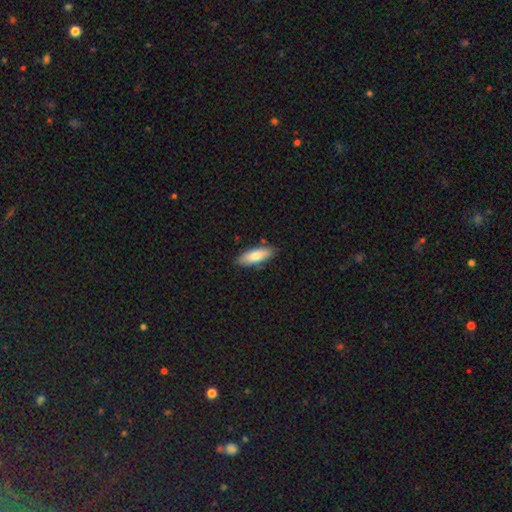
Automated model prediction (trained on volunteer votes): A smooth galaxy with no disk features (76%) that is in between round and cigar-shaped (66%).

Vote fractions:
- Smooth or featured? smooth: 76% / featured or disk: 18% / star or artifact: 6%
- How rounded? in between: 66% / cigar-shaped: 32% / round: 2%
- Merging? none: 85% / minor disturbance: 12% / major disturbance: 2% / merger: 2%